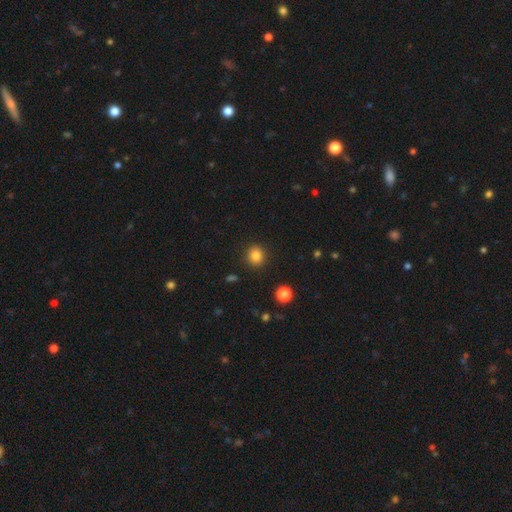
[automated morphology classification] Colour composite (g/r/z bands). It shows a smooth galaxy with no disk features (84%) that is round (87%). Merging: none (91%).